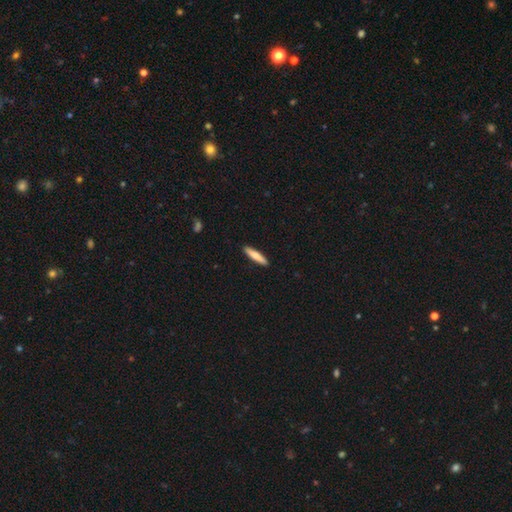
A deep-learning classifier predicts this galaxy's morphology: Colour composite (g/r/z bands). It shows a smooth galaxy with no disk features (70%) that is cigar-shaped (88%). Merging: none (91%).